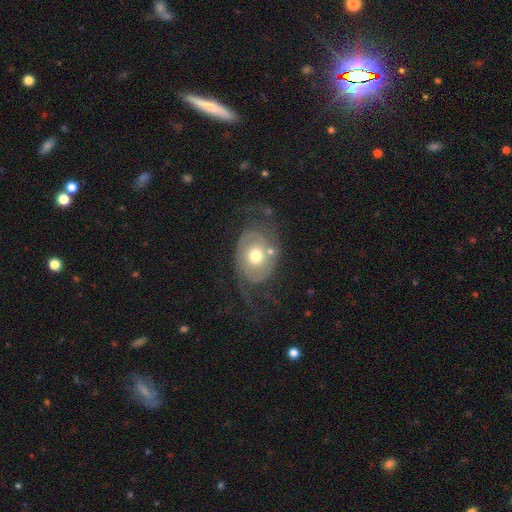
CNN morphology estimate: Smooth or featured?
  - featured or disk: 74% *
  - smooth: 20%
  - star or artifact: 6%
Edge-on disk?
  - no: 96% *
  - yes: 4%
Bar?
  - no: 78% *
  - weak: 17%
  - strong: 5%
Spiral arms?
  - yes: 78% *
  - no: 22%
Spiral winding?
  - medium: 37% *
  - loose: 35%
  - tight: 28%
Spiral arm count?
  - 2: 76% *
  - can't tell: 10%
  - 1: 8%
  - 3: 2%
  - 4: 2%
  - more than 4: 2%
Bulge size?
  - moderate: 76% *
  - large: 11%
  - small: 10%
  - dominant: 2%
  - none: 1%
Merging?
  - none: 53% *
  - major disturbance: 23%
  - minor disturbance: 18%
  - merger: 6%